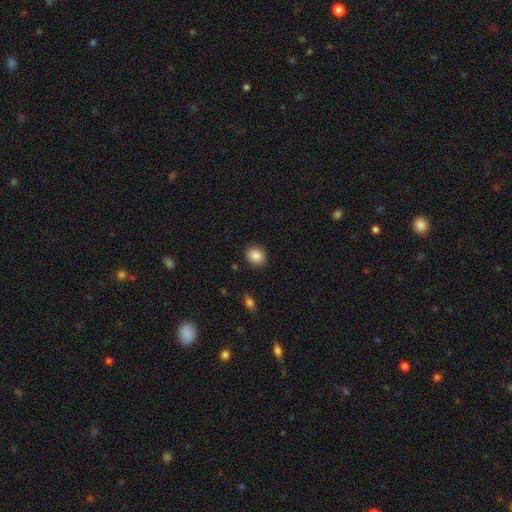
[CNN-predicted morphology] type=smooth (87%); roundness=round (60%); merging=none (89%).